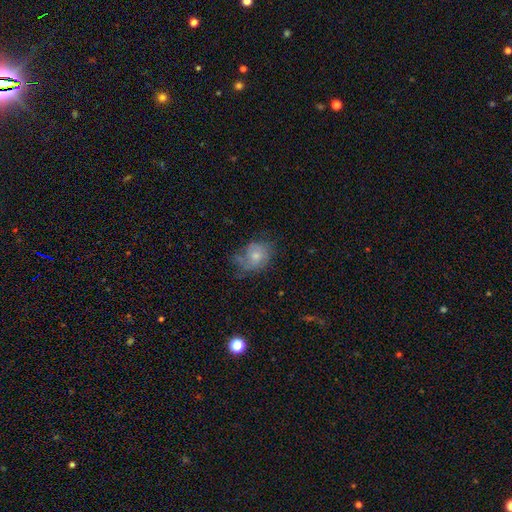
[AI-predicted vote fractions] Smooth or featured?
  - smooth: 58% *
  - featured or disk: 32%
  - star or artifact: 9%
How rounded?
  - in between: 55% *
  - round: 44%
  - cigar-shaped: 1%
Merging?
  - none: 42% *
  - minor disturbance: 33%
  - major disturbance: 22%
  - merger: 3%